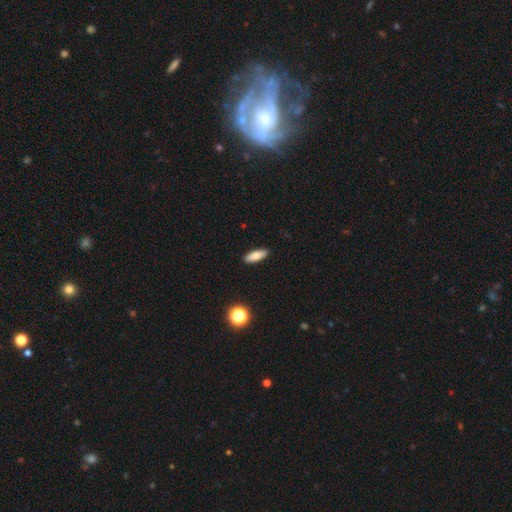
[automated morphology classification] smooth 77%, featured or disk 15%, star or artifact 8%. Down the decision tree: how rounded — in between (60%); merging — none (90%).